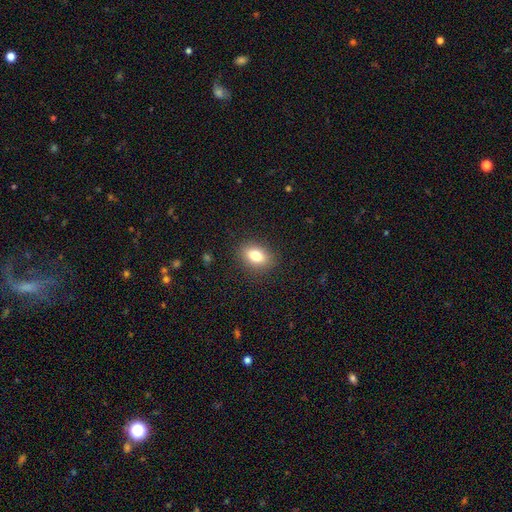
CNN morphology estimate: Q: Smooth or featured?
A: smooth (81%); runner-up: featured or disk (10%)
Q: How rounded?
A: in between (81%); runner-up: round (16%)
Q: Merging?
A: none (88%); runner-up: minor disturbance (8%)